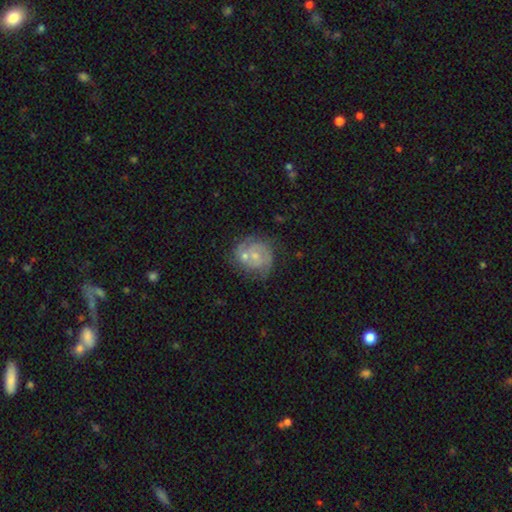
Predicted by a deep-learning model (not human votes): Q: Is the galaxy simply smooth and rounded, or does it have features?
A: featured or disk — 69%.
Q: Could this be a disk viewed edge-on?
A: no — 98%.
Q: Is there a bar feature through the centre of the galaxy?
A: no — 72%.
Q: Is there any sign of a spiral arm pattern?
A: yes — 83%.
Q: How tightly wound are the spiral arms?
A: tight — 54%.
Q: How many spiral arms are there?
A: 2 — 49%.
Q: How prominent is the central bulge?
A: small — 54%.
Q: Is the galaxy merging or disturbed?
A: none — 51%.